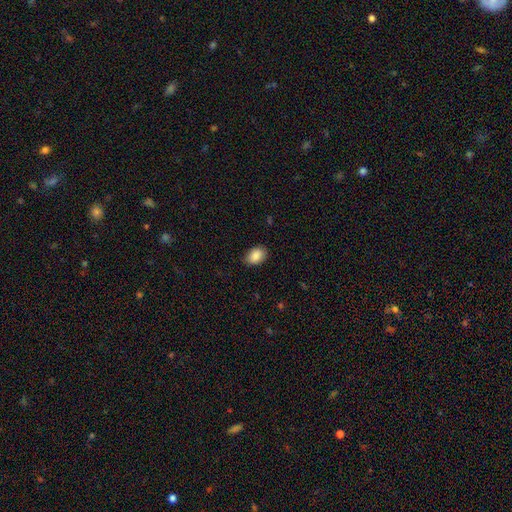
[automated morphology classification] A smooth galaxy with no disk features (88%) that is in between round and cigar-shaped (83%). Merging: none (85%).